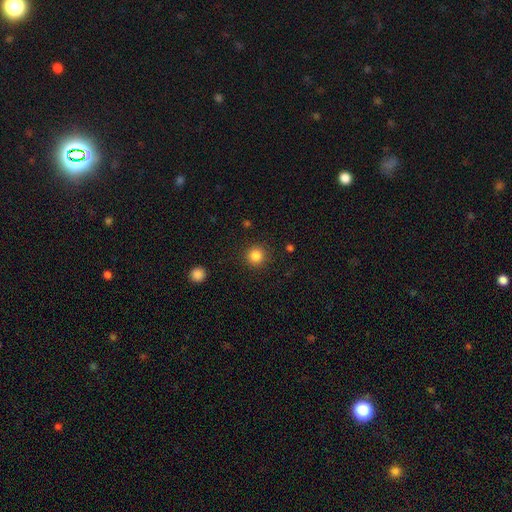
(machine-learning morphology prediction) smooth-or-featured: smooth: 85% | star or artifact: 11% | featured or disk: 4%
  how-rounded: round: 94% | in between: 5% | cigar-shaped: 1%
  merging: none: 90% | minor disturbance: 6% | major disturbance: 3% | merger: 1%